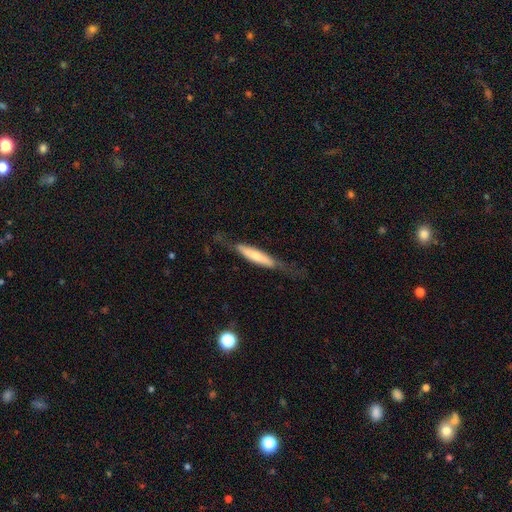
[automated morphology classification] This is possibly a smooth galaxy (53%). How rounded: clearly cigar-shaped (82%). Merging: likely none (63%).